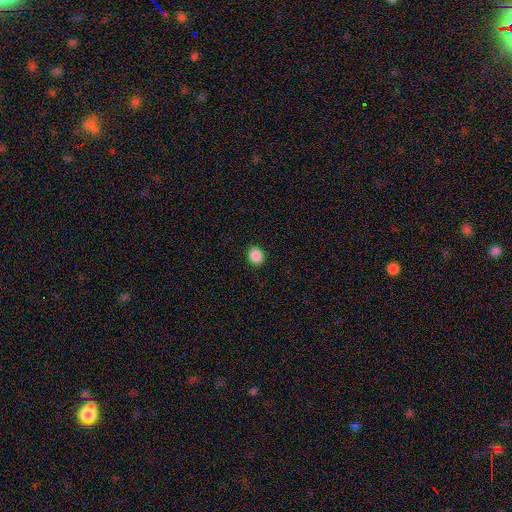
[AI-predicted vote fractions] Q: Smooth or featured?
A: smooth (88%); runner-up: star or artifact (9%)
Q: How rounded?
A: round (66%); runner-up: in between (33%)
Q: Merging?
A: none (92%); runner-up: minor disturbance (6%)